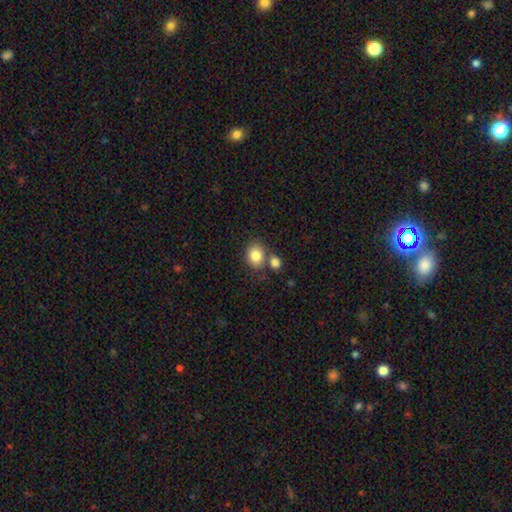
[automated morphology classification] A smooth galaxy with no disk features (84%) that is round (53%). Merging: none (61%).